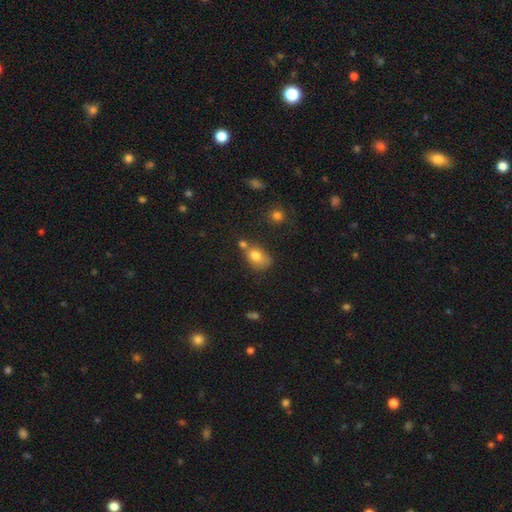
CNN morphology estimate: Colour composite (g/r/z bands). It shows a smooth galaxy with no disk features (78%) that is in between round and cigar-shaped (76%). Merging: none (41%).